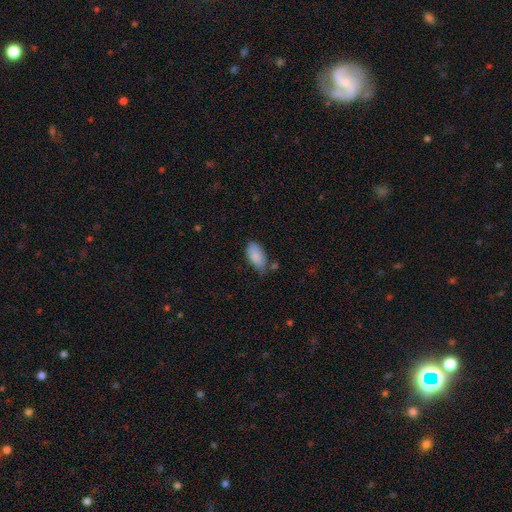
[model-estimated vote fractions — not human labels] This is clearly a smooth galaxy (87%). How rounded: clearly in between (94%). Merging: possibly none (56%).